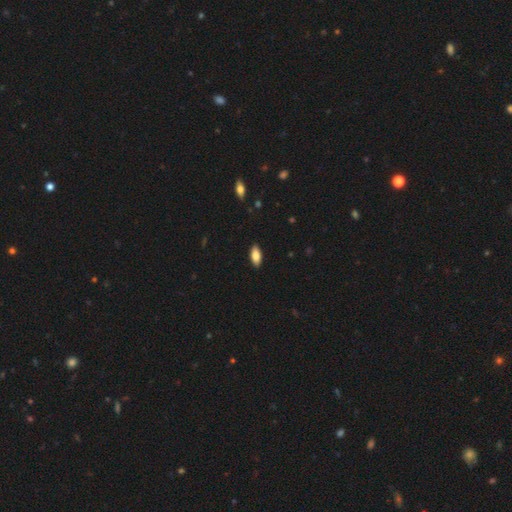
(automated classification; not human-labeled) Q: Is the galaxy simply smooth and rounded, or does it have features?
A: smooth — 82%.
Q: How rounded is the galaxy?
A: in between — 88%.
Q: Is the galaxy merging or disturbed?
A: none — 89%.